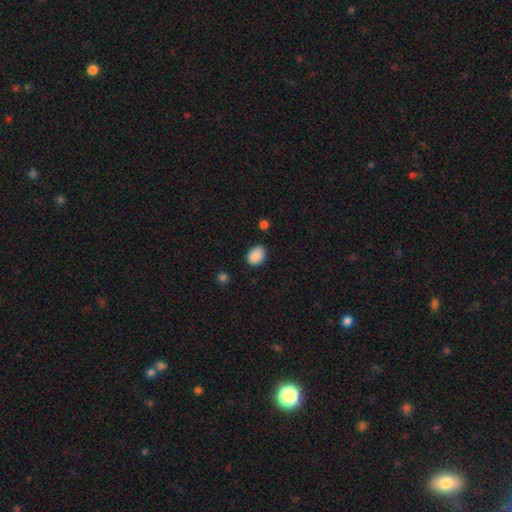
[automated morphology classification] This is clearly a smooth galaxy (89%). How rounded: likely in between (68%). Merging: likely none (78%).